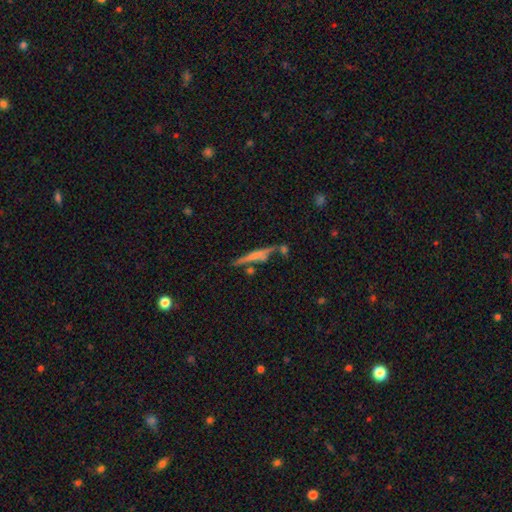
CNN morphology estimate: The model was most divided on "edge-on bulge": rounded: 42%, none: 40%, boxy: 18%. More confident: edge-on disk — yes (94%); merging — none (65%); smooth or featured — featured or disk (54%).